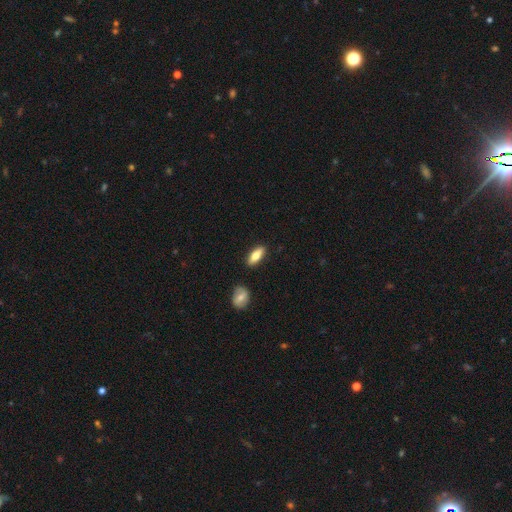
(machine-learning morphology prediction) type=smooth (71%); roundness=in between (70%); merging=none (87%).